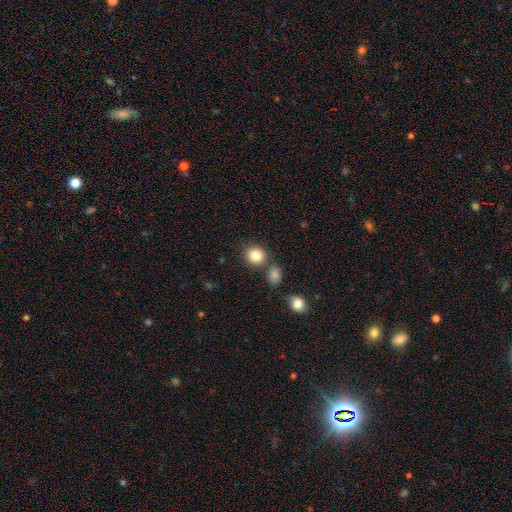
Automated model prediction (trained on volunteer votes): A smooth galaxy with no disk features (85%) that is round (82%). Merging: none (74%).